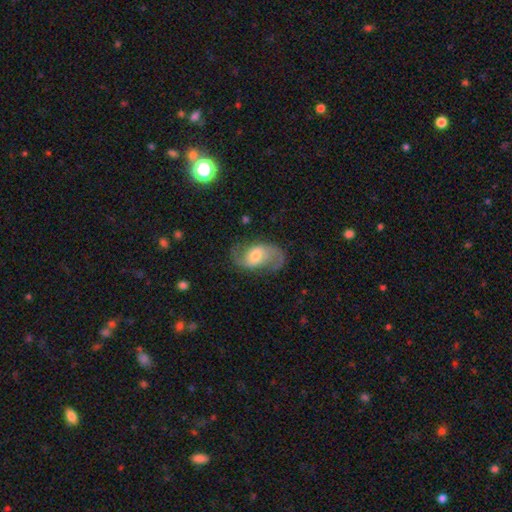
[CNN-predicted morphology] type=featured or disk (81%); edge-on=no (97%); bar=no (50%); spiral arms=yes (93%); winding=medium (45%); arm count=2 (90%); bulge=moderate (61%); merging=none (71%).